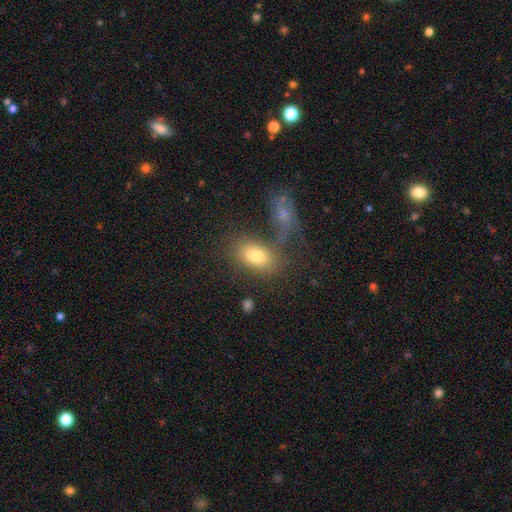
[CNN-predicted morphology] smooth-or-featured: smooth: 74% | featured or disk: 15% | star or artifact: 11%
  how-rounded: in between: 87% | round: 11% | cigar-shaped: 2%
  merging: none: 58% | merger: 21% | minor disturbance: 13% | major disturbance: 7%